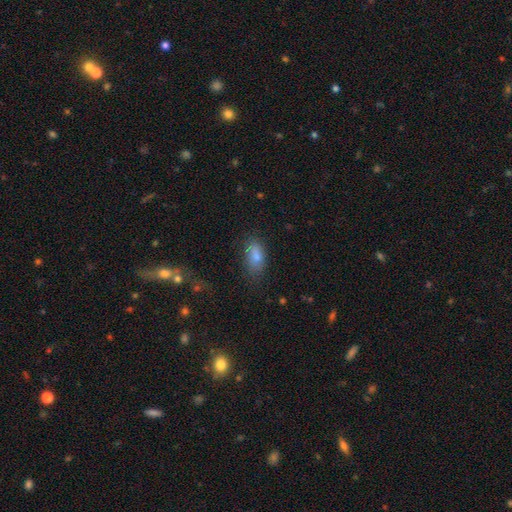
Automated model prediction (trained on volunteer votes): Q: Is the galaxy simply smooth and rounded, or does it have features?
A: smooth — 77%.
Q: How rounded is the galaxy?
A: in between — 88%.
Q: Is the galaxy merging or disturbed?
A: none — 72%.